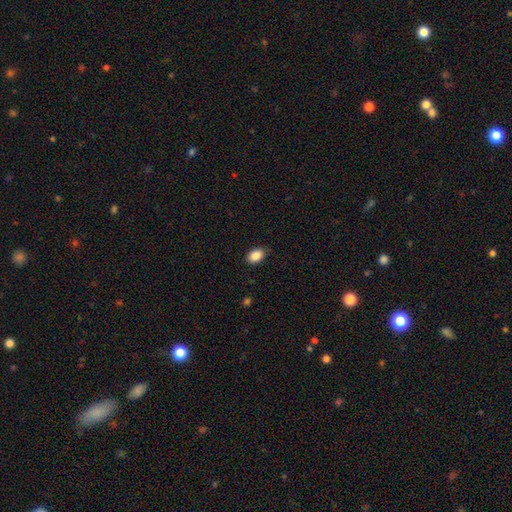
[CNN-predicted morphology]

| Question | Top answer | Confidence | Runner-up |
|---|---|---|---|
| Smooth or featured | smooth | 88% | star or artifact (8%) |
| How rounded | in between | 83% | round (16%) |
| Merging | none | 87% | minor disturbance (10%) |